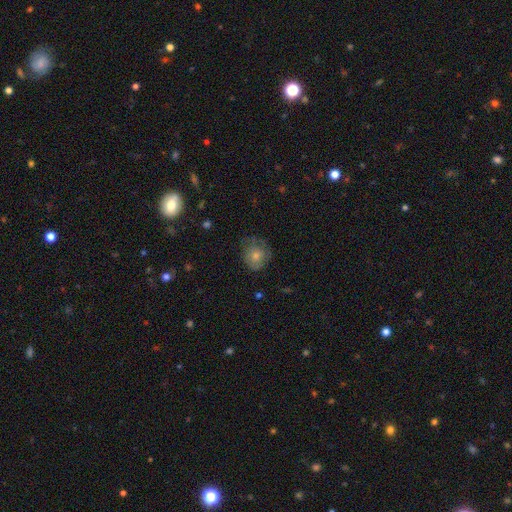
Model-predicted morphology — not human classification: The model was most divided on "smooth or featured": smooth: 53%, featured or disk: 31%, star or artifact: 16%. More confident: how rounded — round (79%); merging — none (69%).